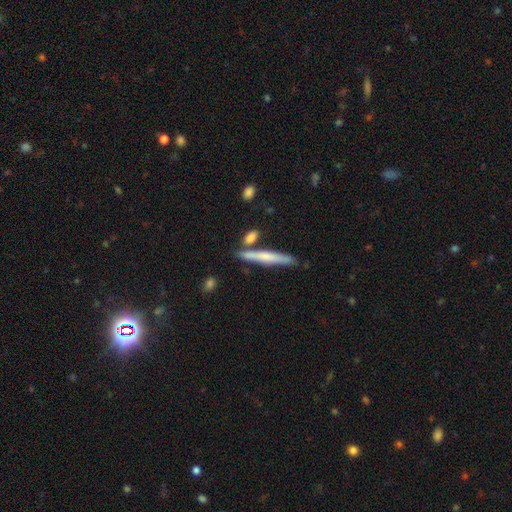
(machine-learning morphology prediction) smooth-or-featured: smooth: 47% | featured or disk: 45% | star or artifact: 8%
  merging: none: 80% | minor disturbance: 11% | merger: 7% | major disturbance: 2%